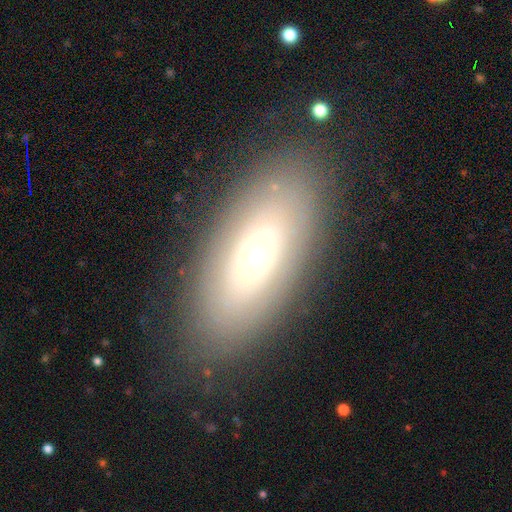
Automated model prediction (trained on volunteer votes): Smooth or featured?
  - smooth: 48% *
  - featured or disk: 43%
  - star or artifact: 9%
Merging?
  - none: 82% *
  - minor disturbance: 11%
  - major disturbance: 5%
  - merger: 2%